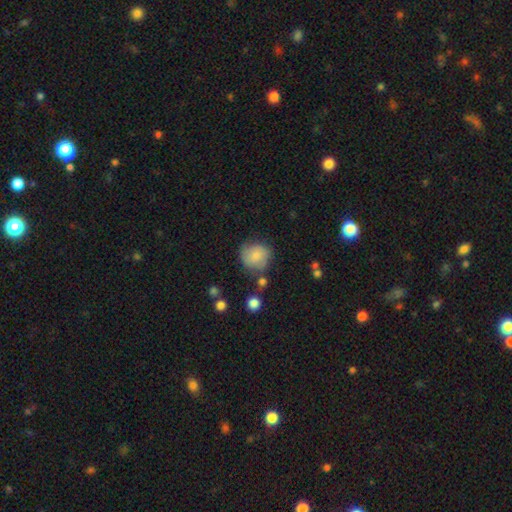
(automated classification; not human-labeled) A smooth galaxy with no disk features (76%) that is round (85%).

Vote fractions:
- Smooth or featured? smooth: 76% / featured or disk: 15% / star or artifact: 8%
- How rounded? round: 85% / in between: 14% / cigar-shaped: 1%
- Merging? none: 66% / minor disturbance: 22% / major disturbance: 7% / merger: 5%